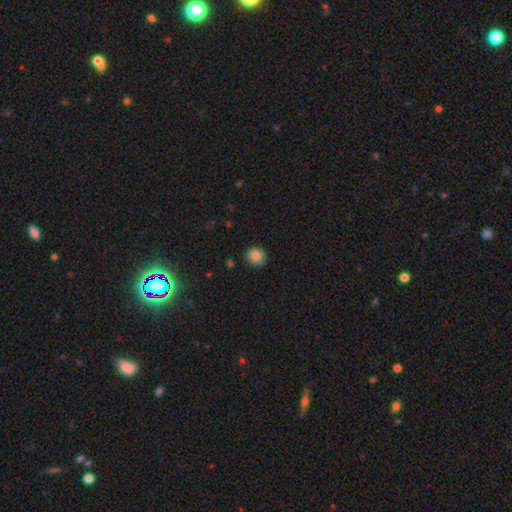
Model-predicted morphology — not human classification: This appears to be a smooth galaxy with no disk features (83%) that is round (86%). Merging: none (88%).